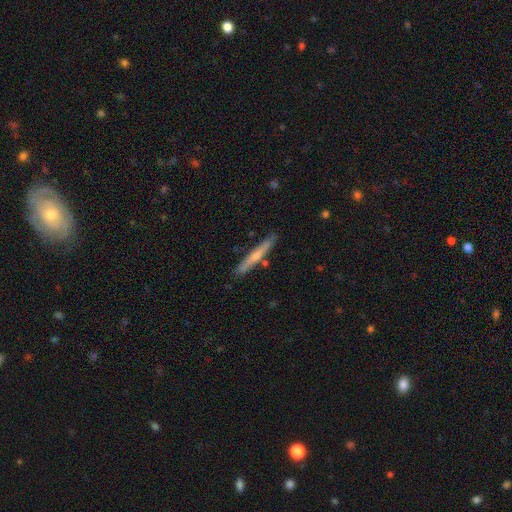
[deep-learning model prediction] This is possibly a featured or disk galaxy (49%). Merging: clearly none (86%).